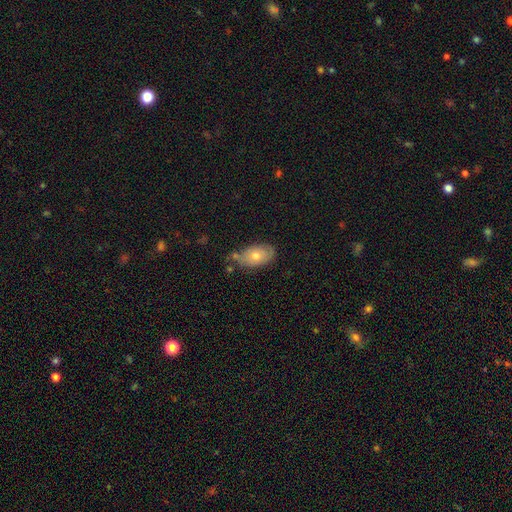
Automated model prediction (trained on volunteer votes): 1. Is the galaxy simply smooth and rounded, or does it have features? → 67% smooth, 24% featured or disk, 8% star or artifact.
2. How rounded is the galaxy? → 90% in between, 8% round, 2% cigar-shaped.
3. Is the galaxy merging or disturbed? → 62% none, 24% minor disturbance, 9% merger, 5% major disturbance.